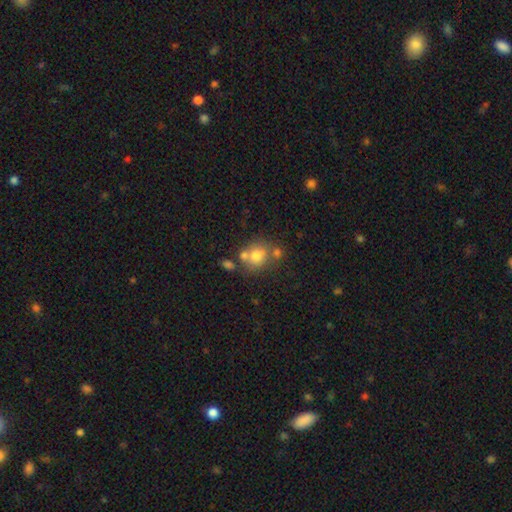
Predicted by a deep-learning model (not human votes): Morphology: type=smooth (72%); roundness=round (75%); merging=none (53%).